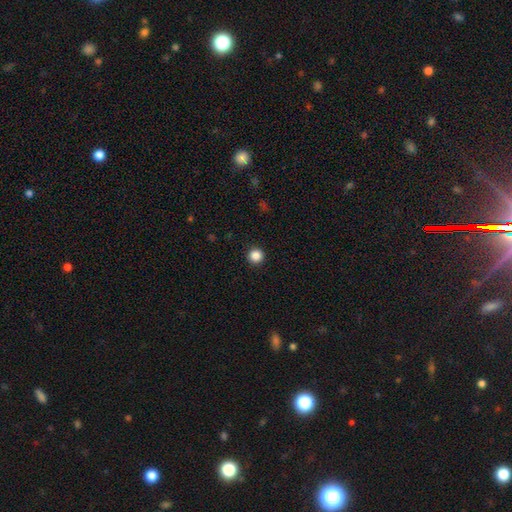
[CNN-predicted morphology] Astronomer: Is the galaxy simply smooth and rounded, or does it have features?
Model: smooth — 87%.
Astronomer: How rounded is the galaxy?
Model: round — 95%.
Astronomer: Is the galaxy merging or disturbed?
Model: none — 93%.